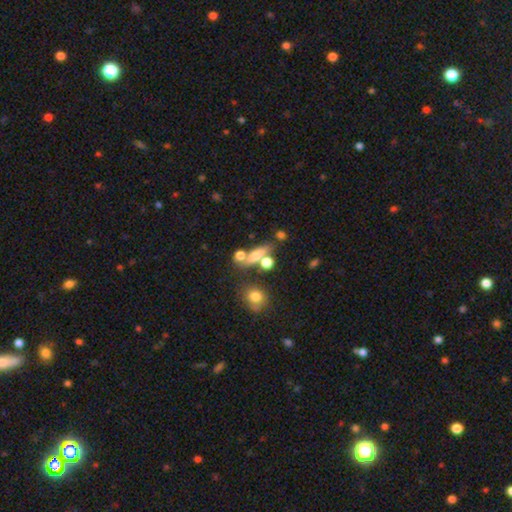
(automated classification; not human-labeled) This appears to be a smooth galaxy with no disk features (62%) that is in between round and cigar-shaped (42%). Merging: none (50%).